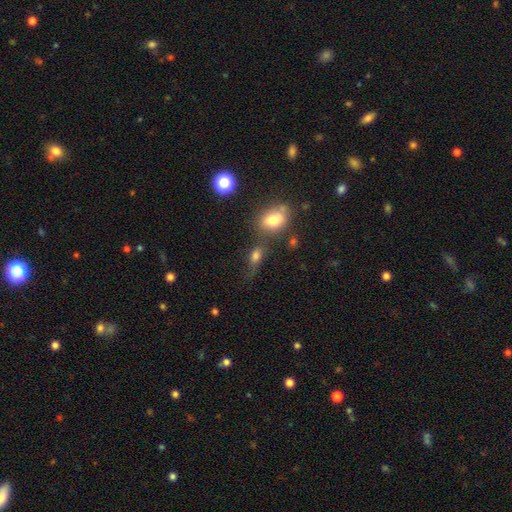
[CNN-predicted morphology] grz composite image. It shows a smooth galaxy with no disk features (73%) that is in between round and cigar-shaped (74%). Merging: none (47%).